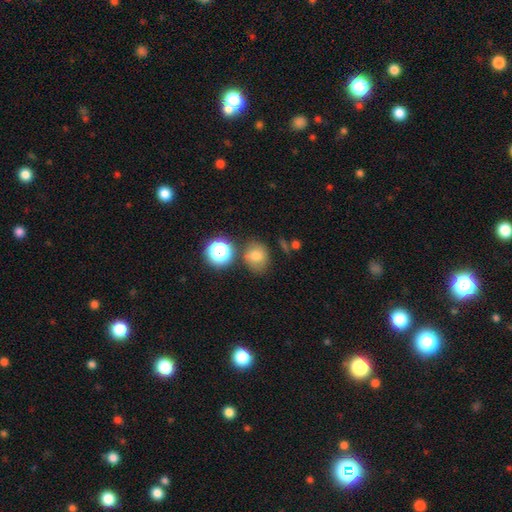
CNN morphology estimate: The model was most divided on "how rounded": round: 66%, in between: 33%, cigar-shaped: 1%. More confident: smooth or featured — smooth (72%); merging — none (69%).